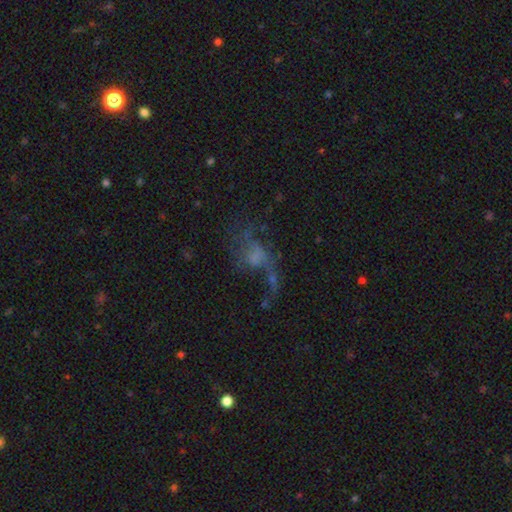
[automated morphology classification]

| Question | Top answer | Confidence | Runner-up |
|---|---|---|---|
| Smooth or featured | featured or disk | 49% | smooth (30%) |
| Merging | major disturbance | 50% | none (27%) |